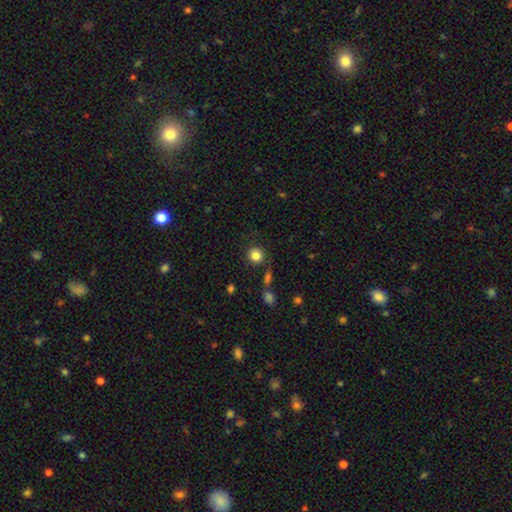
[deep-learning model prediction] This is clearly a smooth galaxy (84%). How rounded: clearly round (92%). Merging: clearly none (84%).